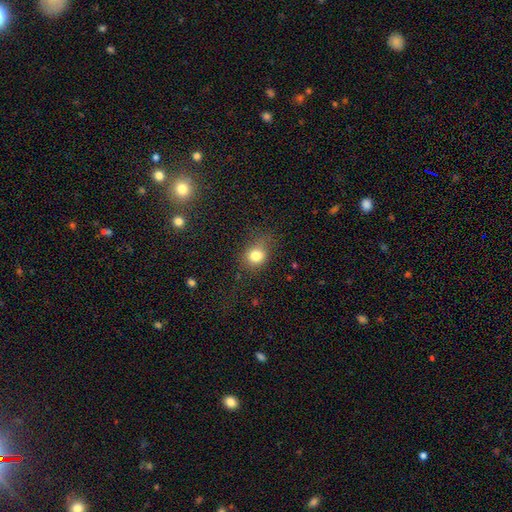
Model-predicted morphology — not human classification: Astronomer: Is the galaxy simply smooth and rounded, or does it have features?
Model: smooth — 79%.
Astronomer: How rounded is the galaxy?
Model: round — 66%.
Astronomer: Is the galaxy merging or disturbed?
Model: none — 65%.